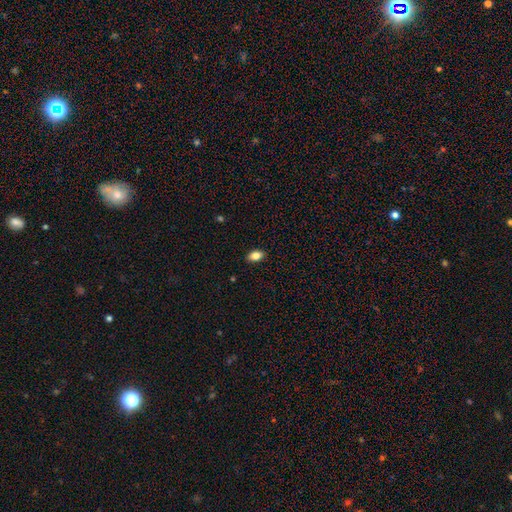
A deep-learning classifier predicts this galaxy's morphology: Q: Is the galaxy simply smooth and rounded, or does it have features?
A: smooth — 83%.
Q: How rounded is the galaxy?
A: in between — 87%.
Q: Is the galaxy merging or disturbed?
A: none — 89%.